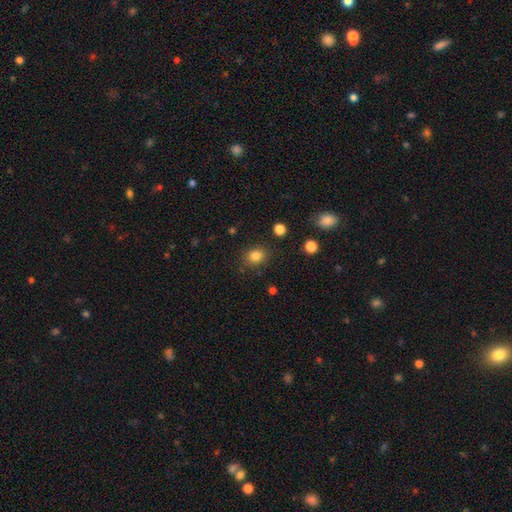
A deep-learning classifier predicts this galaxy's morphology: Smooth or featured? smooth (81%)
How rounded? round (54%)
Merging? none (79%)